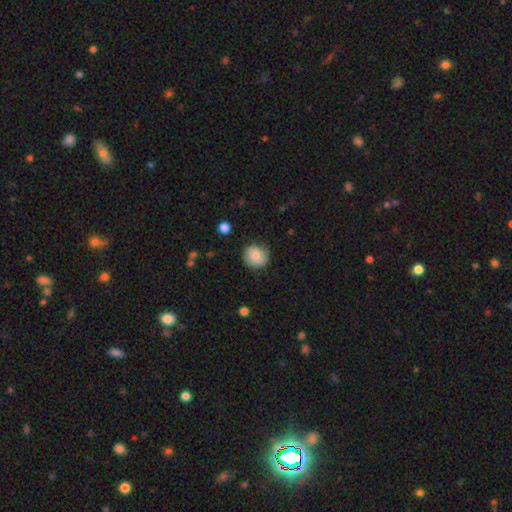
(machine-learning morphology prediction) This is likely a smooth galaxy (79%). How rounded: clearly round (85%). Merging: likely none (76%).